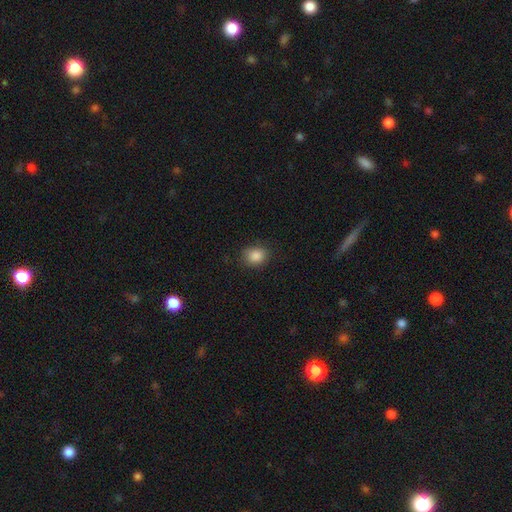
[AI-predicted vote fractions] smooth 87%, star or artifact 9%, featured or disk 4%. Down the decision tree: how rounded — round (55%); merging — none (81%).